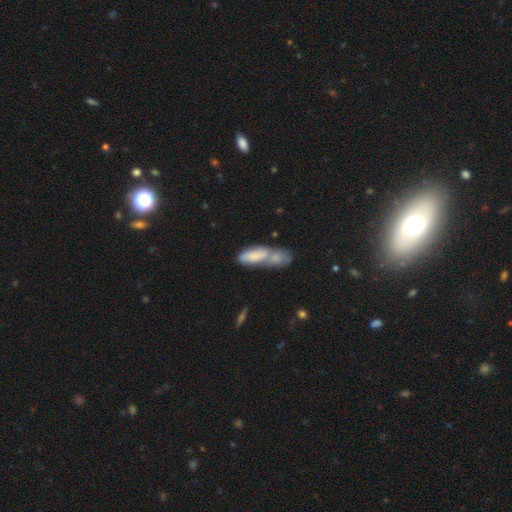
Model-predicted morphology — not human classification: Smooth or featured: smooth — 73% (featured or disk — 20%)
How rounded: in between — 70% (cigar-shaped — 27%)
Merging: merger — 65% (none — 20%)